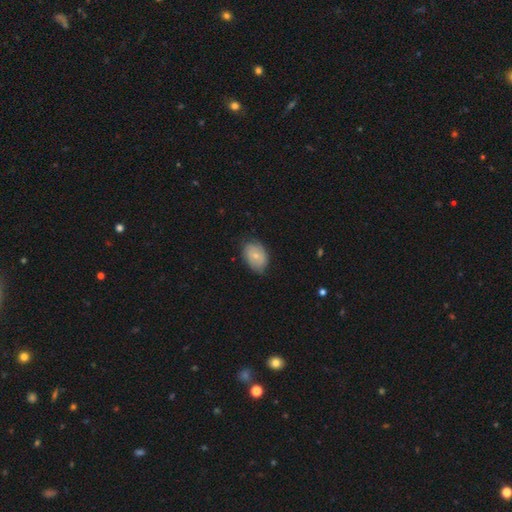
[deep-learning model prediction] Overall: smooth (60%; featured or disk 33%). How rounded: in between (80%). Merging: none (69%).